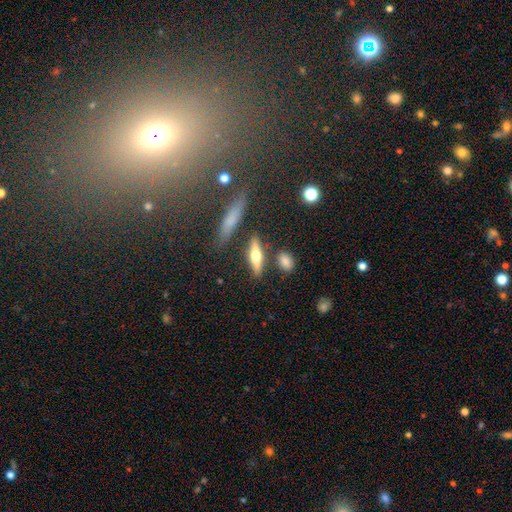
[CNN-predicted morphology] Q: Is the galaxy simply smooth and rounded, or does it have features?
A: smooth — 52%.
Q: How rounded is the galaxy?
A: cigar-shaped — 57%.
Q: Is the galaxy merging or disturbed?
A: none — 79%.